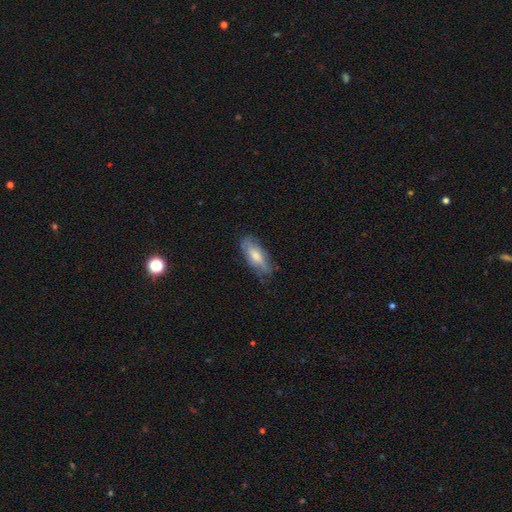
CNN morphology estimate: smooth_or_featured: smooth (p=0.62) [alt: featured or disk p=0.31]
how_rounded: in between (p=0.65) [alt: cigar-shaped p=0.33]
merging: none (p=0.65) [alt: minor disturbance p=0.26]